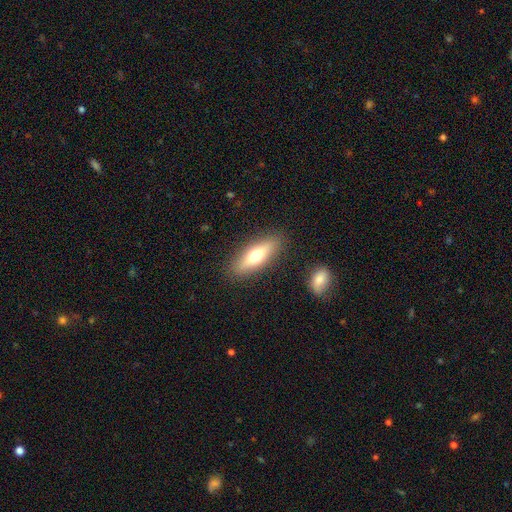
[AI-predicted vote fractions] Morphology: type=smooth (59%); roundness=cigar-shaped (52%); merging=none (87%).